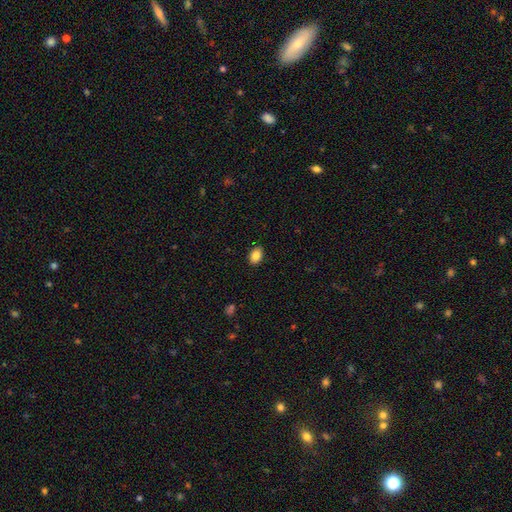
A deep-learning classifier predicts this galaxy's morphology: type=smooth (86%); roundness=in between (83%); merging=none (87%).